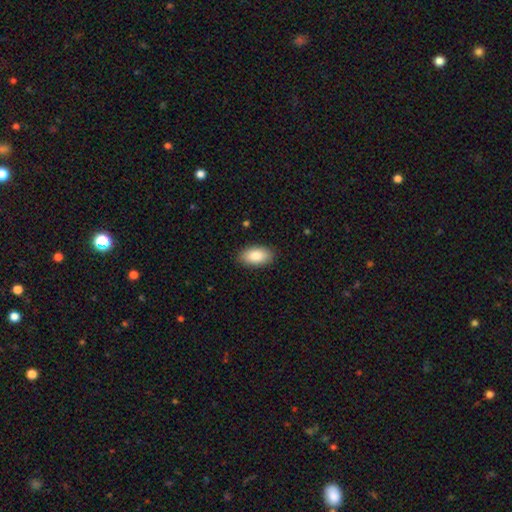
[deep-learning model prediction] The model was most divided on "merging": none: 88%, minor disturbance: 9%, major disturbance: 2%, merger: 1%. More confident: how rounded — in between (95%); smooth or featured — smooth (87%).